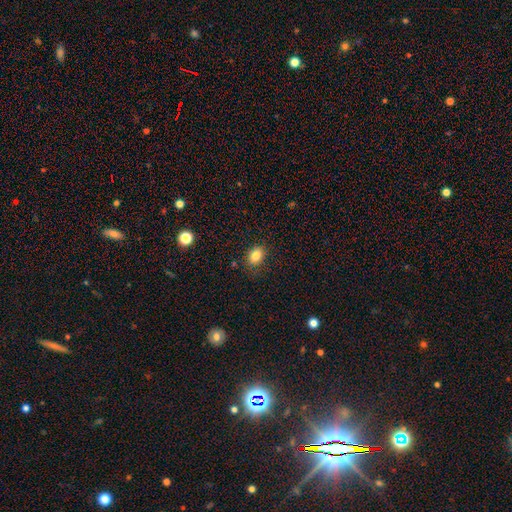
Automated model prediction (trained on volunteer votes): Q: Smooth or featured?
A: smooth (82%); runner-up: star or artifact (10%)
Q: How rounded?
A: in between (72%); runner-up: round (27%)
Q: Merging?
A: none (84%); runner-up: minor disturbance (12%)